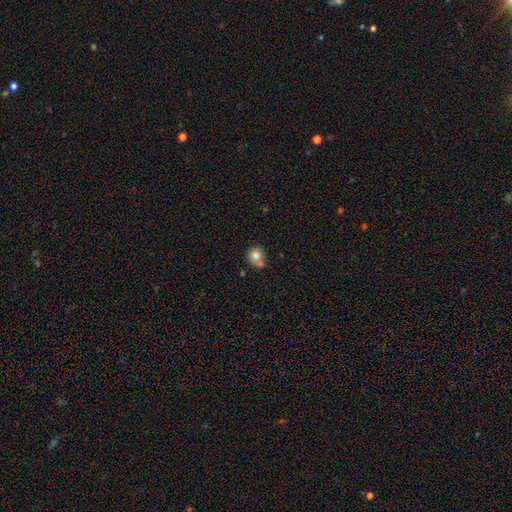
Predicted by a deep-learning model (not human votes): Smooth or featured? smooth (80%)
How rounded? round (88%)
Merging? none (57%)